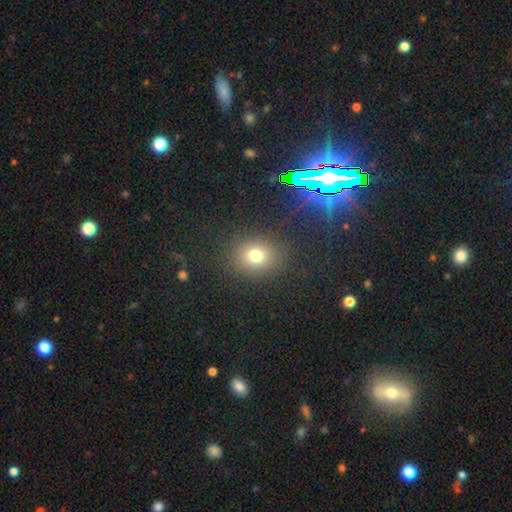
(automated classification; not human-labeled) Overall: smooth (73%). How rounded: round (67%; in between 31%). Merging: none (85%).